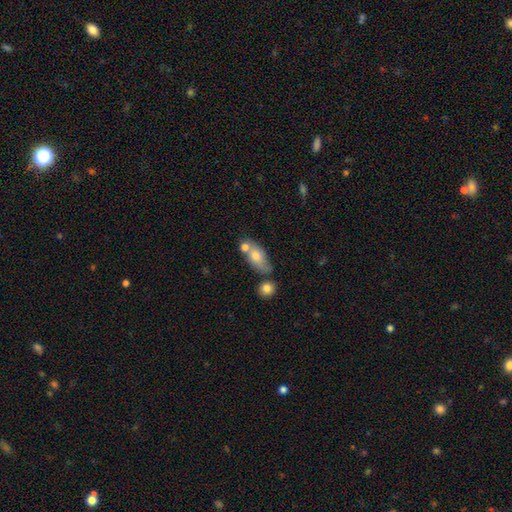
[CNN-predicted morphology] Smooth or featured? smooth (67%)
How rounded? in between (81%)
Merging? none (49%)